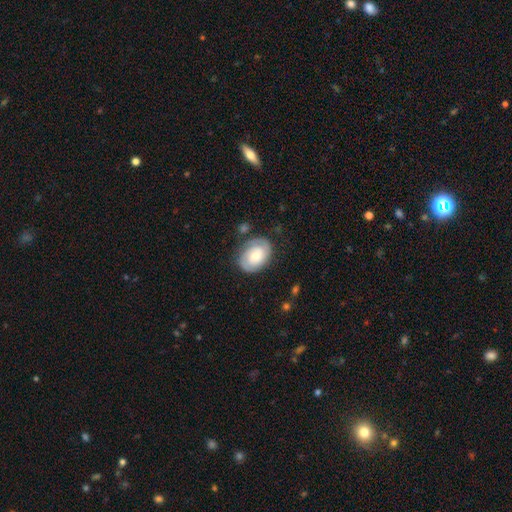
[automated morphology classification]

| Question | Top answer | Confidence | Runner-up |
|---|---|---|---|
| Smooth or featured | featured or disk | 56% | smooth (38%) |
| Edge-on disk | no | 97% | yes (3%) |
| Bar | no | 71% | weak (24%) |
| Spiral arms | yes | 81% | no (19%) |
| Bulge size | moderate | 51% | small (26%) |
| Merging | none | 72% | minor disturbance (19%) |